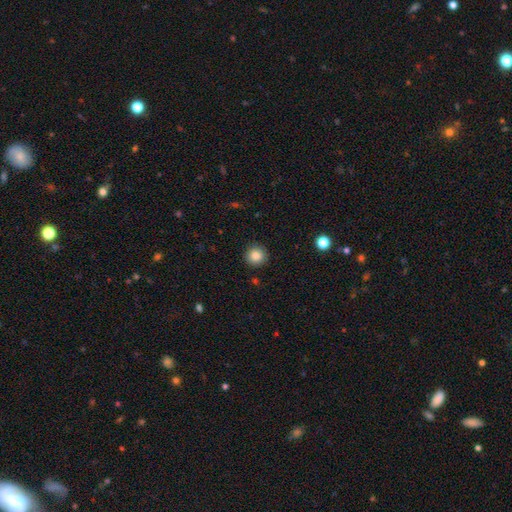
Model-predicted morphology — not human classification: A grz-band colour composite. It shows a smooth galaxy with no disk features (85%) that is round (94%). Merging: none (91%).